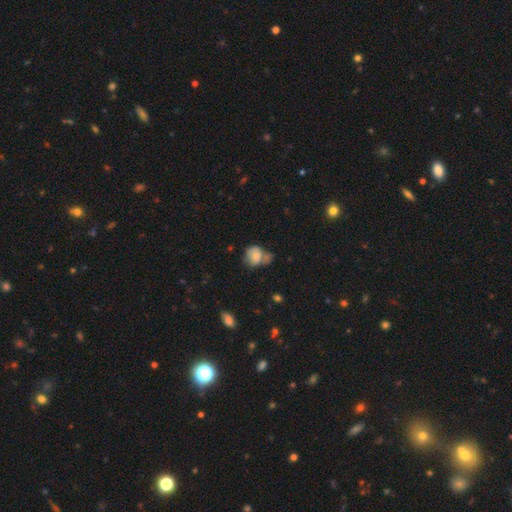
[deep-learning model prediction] Morphology: type=smooth (73%); roundness=round (58%); merging=none (33%).